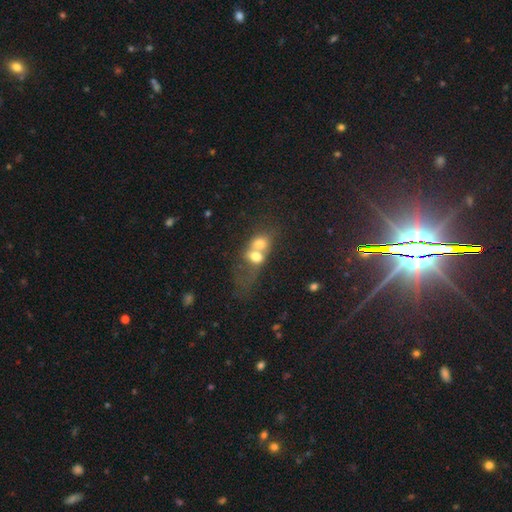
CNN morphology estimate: Smooth or featured? Predicted: smooth (p=0.63). How rounded? Predicted: round (p=0.50). Merging? Predicted: merger (p=0.78).